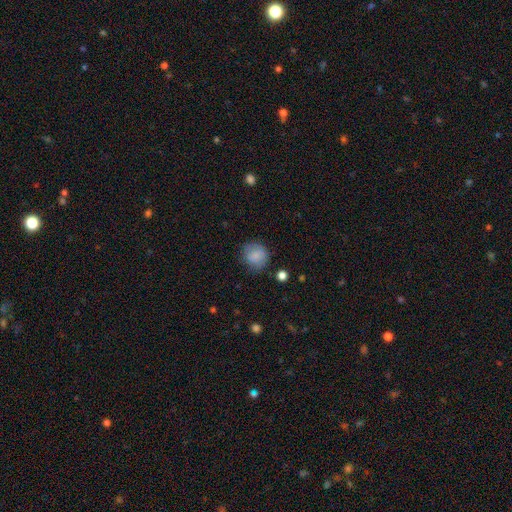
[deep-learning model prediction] Smooth or featured: smooth — 83% (star or artifact — 9%)
How rounded: round — 84% (in between — 15%)
Merging: none — 73% (minor disturbance — 19%)